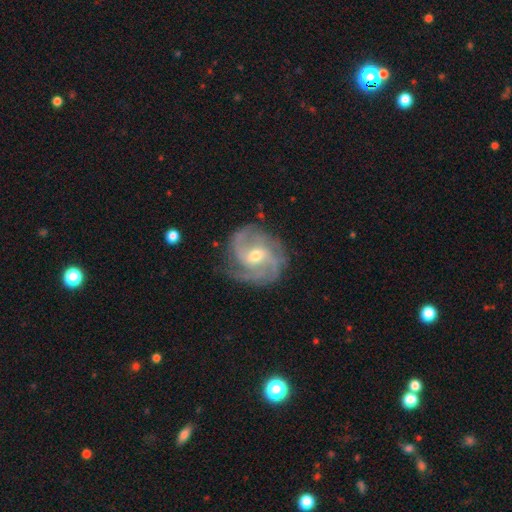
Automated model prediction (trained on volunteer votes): smooth_or_featured: featured or disk (p=0.89) [alt: smooth p=0.06]
disk_edge_on: no (p=0.98) [alt: yes p=0.02]
bar: weak (p=0.51) [alt: no p=0.35]
has_spiral_arms: yes (p=0.97) [alt: no p=0.03]
spiral_winding: medium (p=0.48) [alt: tight p=0.39]
spiral_arm_count: 2 (p=0.41) [alt: 3 p=0.31]
bulge_size: moderate (p=0.56) [alt: small p=0.40]
merging: none (p=0.76) [alt: minor disturbance p=0.17]